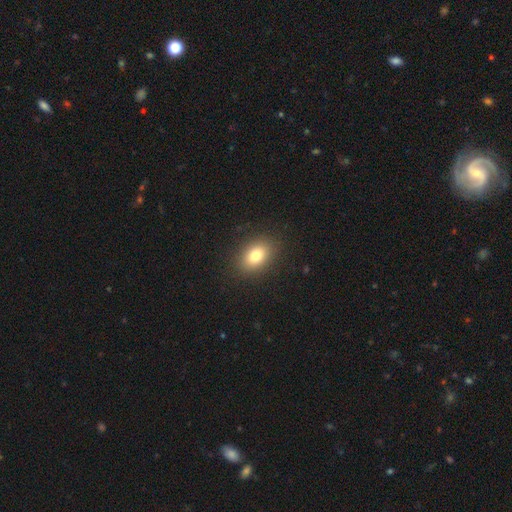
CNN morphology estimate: This appears to be a smooth galaxy with no disk features (79%) that is in between round and cigar-shaped (75%). Merging: none (88%).